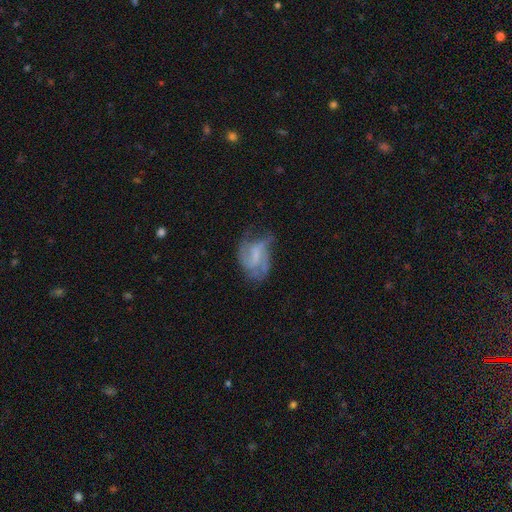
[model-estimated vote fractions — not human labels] smooth_or_featured: featured or disk (p=0.70) [alt: smooth p=0.22]
disk_edge_on: no (p=0.97) [alt: yes p=0.03]
bar: weak (p=0.48) [alt: no p=0.36]
has_spiral_arms: yes (p=0.80) [alt: no p=0.20]
spiral_winding: medium (p=0.44) [alt: loose p=0.31]
spiral_arm_count: 2 (p=0.33) [alt: can't tell p=0.28]
bulge_size: none (p=0.43) [alt: small p=0.32]
merging: none (p=0.43) [alt: major disturbance p=0.28]